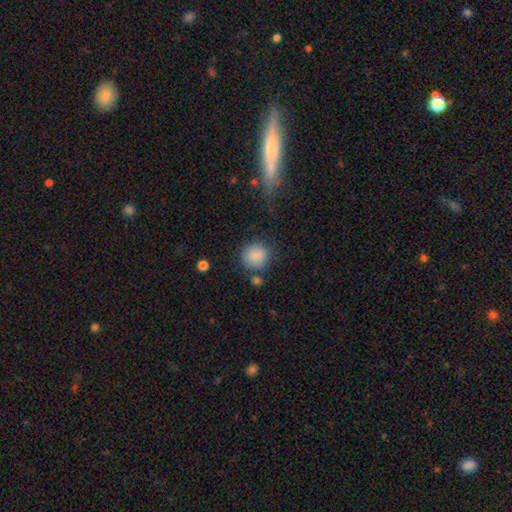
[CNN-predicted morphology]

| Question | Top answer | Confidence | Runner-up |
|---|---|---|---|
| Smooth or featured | smooth | 86% | star or artifact (9%) |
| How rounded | round | 85% | in between (14%) |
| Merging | none | 73% | minor disturbance (14%) |